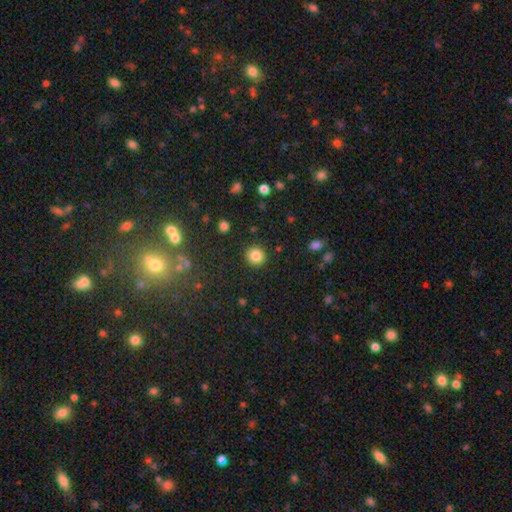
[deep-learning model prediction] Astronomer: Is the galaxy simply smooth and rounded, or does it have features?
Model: smooth — 84%.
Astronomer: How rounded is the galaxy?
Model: round — 91%.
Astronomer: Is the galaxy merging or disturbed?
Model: none — 91%.